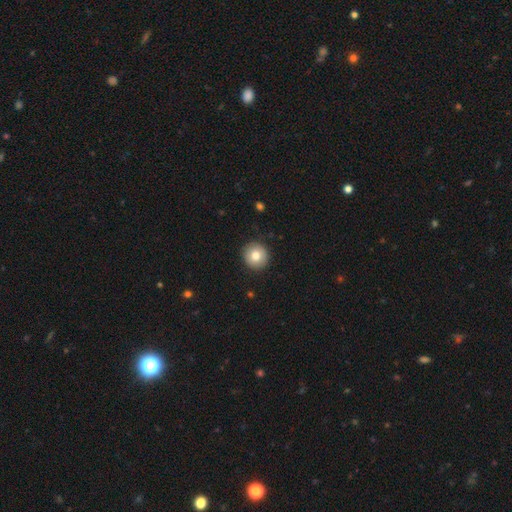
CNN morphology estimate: The model was most divided on "smooth or featured": smooth: 80%, featured or disk: 11%, star or artifact: 9%. More confident: how rounded — round (94%); merging — none (92%).